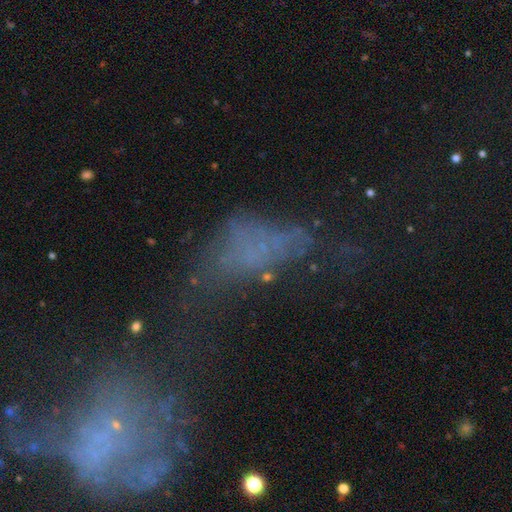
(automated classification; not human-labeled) Morphology: type=smooth (35%); merging=major disturbance (41%).